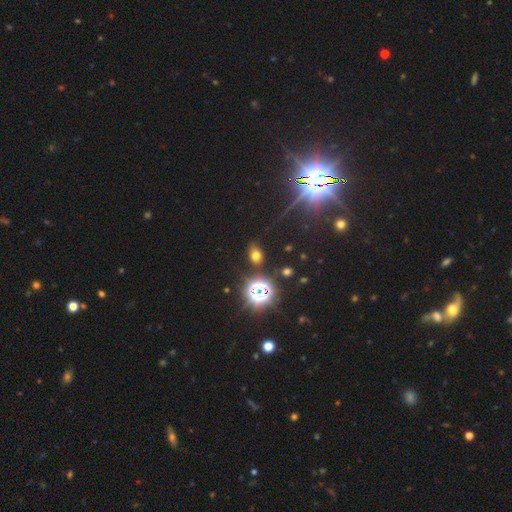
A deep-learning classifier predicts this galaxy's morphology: This appears to be a smooth galaxy with no disk features (59%) that is in between round and cigar-shaped (63%). Merging: none (82%).